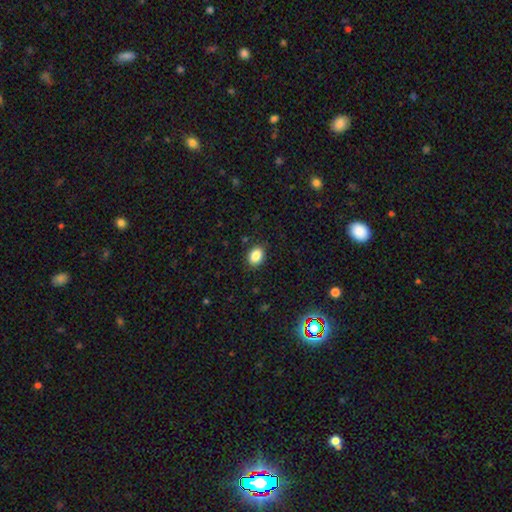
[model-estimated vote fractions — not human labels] smooth 86%, star or artifact 10%, featured or disk 4%. Down the decision tree: how rounded — in between (67%); merging — none (88%).